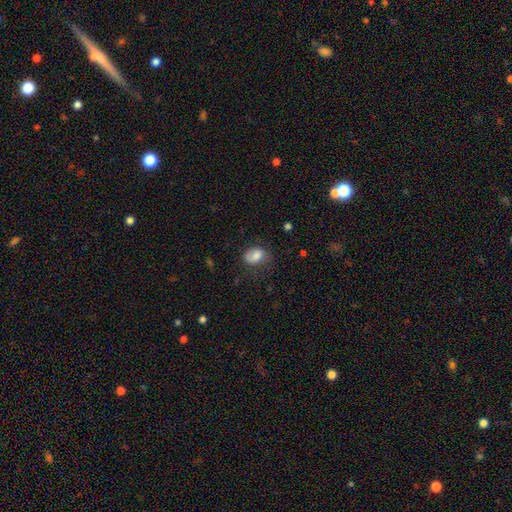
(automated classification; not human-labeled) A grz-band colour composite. It shows a smooth galaxy with no disk features (72%) that is in between round and cigar-shaped (71%). Merging: none (50%).